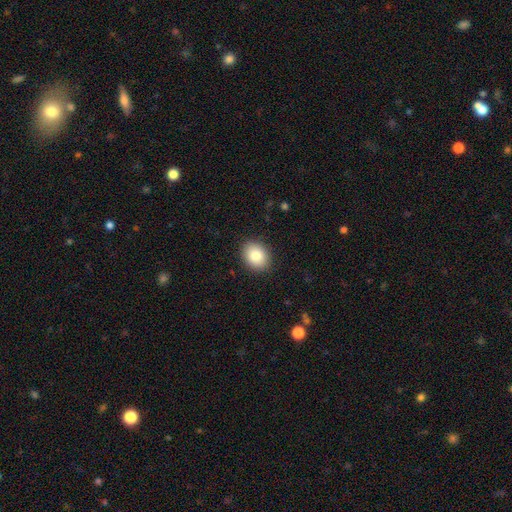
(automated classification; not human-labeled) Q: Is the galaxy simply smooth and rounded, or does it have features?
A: smooth — 84%.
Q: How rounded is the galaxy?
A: in between — 50%.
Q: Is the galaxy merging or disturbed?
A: none — 90%.